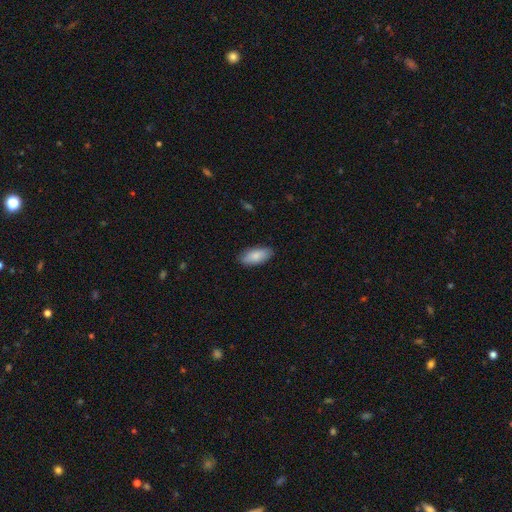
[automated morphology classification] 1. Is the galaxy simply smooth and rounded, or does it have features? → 86% smooth, 9% featured or disk, 6% star or artifact.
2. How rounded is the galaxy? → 87% in between, 11% cigar-shaped, 2% round.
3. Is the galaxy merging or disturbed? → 86% none, 11% minor disturbance, 2% major disturbance, 1% merger.